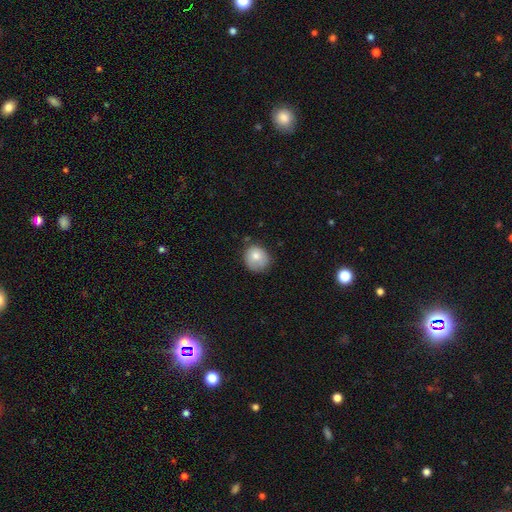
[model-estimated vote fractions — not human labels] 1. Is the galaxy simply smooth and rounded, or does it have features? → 78% smooth, 13% featured or disk, 8% star or artifact.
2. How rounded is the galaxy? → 83% round, 16% in between, 1% cigar-shaped.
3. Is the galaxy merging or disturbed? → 67% none, 25% minor disturbance, 5% major disturbance, 3% merger.